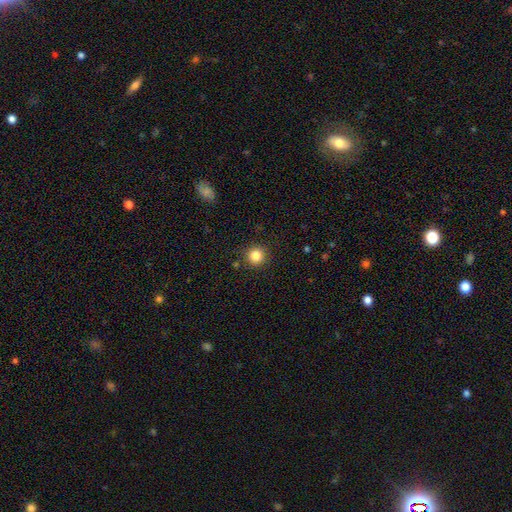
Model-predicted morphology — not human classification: Smooth or featured? smooth (84%)
How rounded? round (94%)
Merging? none (90%)